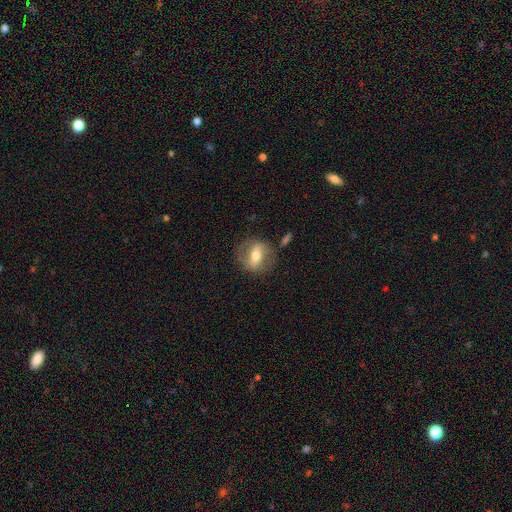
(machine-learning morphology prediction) Smooth or featured? Predicted: featured or disk (p=0.55). Edge-on disk? Predicted: no (p=0.82). Merging? Predicted: none (p=0.77).